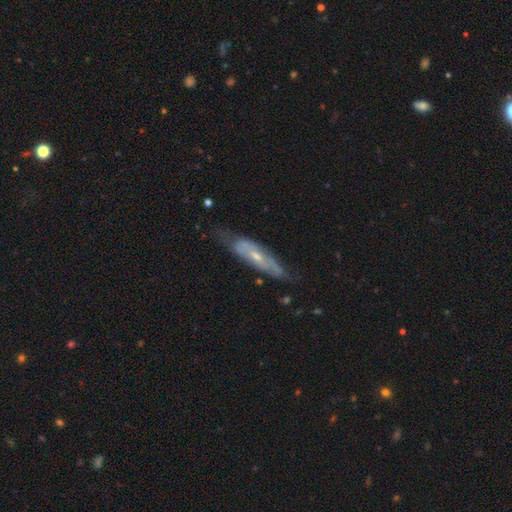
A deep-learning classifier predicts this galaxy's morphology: This is likely a featured or disk galaxy (69%). It is likely not viewed edge-on (64%). Merging: likely none (61%).